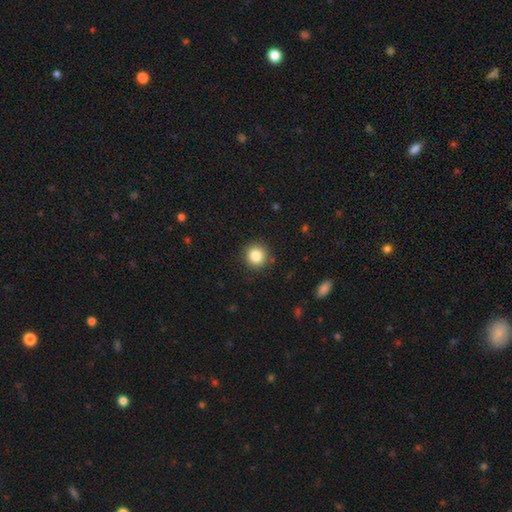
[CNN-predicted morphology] smooth 83%, star or artifact 10%, featured or disk 6%. Down the decision tree: how rounded — round (94%); merging — none (90%).